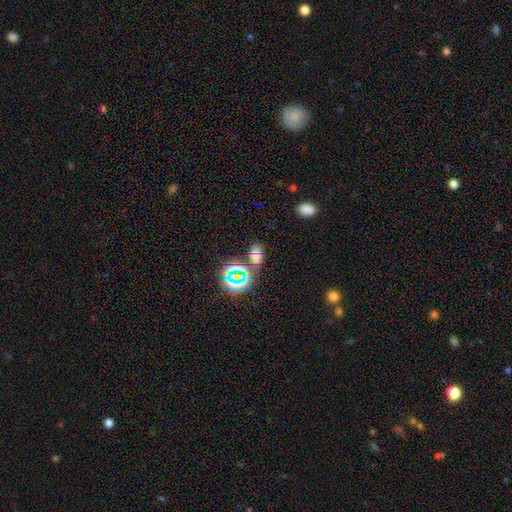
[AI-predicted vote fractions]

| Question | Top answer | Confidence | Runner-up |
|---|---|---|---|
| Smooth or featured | smooth | 52% | star or artifact (37%) |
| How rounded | in between | 82% | round (15%) |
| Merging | none | 59% | merger (18%) |